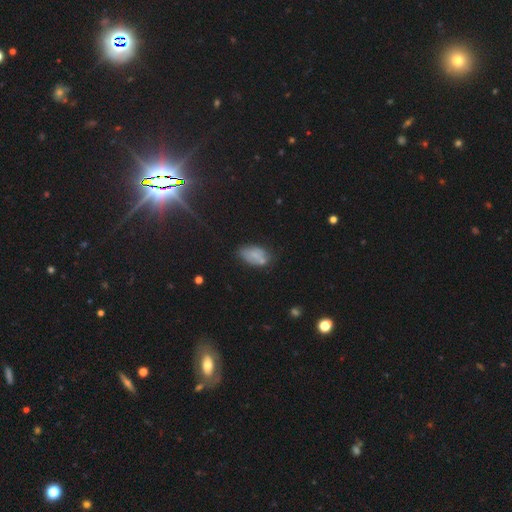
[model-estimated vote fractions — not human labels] This is likely a smooth galaxy (65%). How rounded: clearly in between (92%). Merging: possibly none (57%).